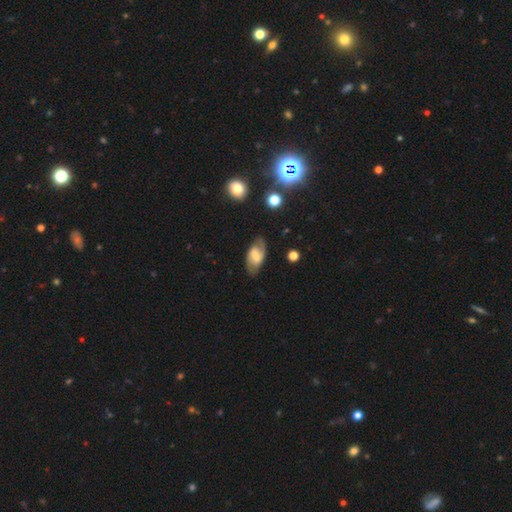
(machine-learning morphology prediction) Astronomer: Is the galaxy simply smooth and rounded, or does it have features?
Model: featured or disk — 61%.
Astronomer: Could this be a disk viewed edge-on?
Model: no — 93%.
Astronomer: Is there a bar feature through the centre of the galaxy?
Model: weak — 49% (runner-up: strong, 32%).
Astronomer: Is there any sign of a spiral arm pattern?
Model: yes — 87%.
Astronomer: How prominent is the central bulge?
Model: small — 40% (runner-up: moderate, 31%).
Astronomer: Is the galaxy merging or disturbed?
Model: none — 77%.